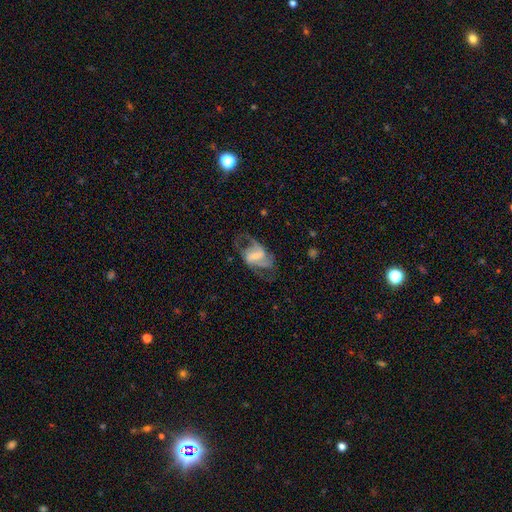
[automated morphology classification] Smooth or featured? featured or disk (76%)
Edge-on disk? no (96%)
Bar? weak (45%)
Spiral arms? yes (86%)
Spiral winding? loose (44%)
Spiral arm count? 2 (71%)
Bulge size? small (42%)
Merging? none (48%)